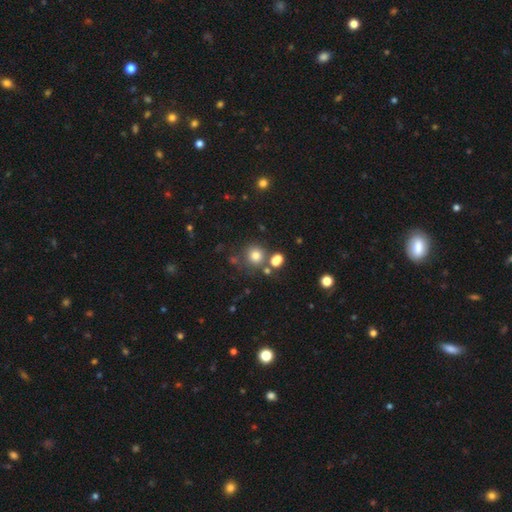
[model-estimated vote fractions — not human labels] Smooth or featured?
  - smooth: 77% *
  - star or artifact: 16%
  - featured or disk: 8%
How rounded?
  - round: 90% *
  - in between: 9%
  - cigar-shaped: 1%
Merging?
  - none: 73% *
  - merger: 13%
  - minor disturbance: 10%
  - major disturbance: 4%